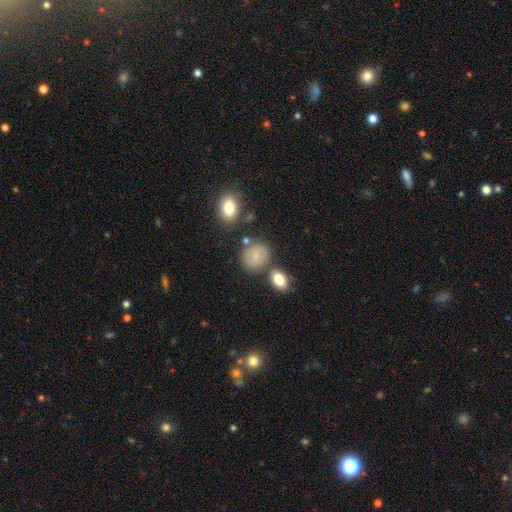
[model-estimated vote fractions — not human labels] A smooth galaxy with no disk features (75%) that is round (72%). Merging: none (71%).